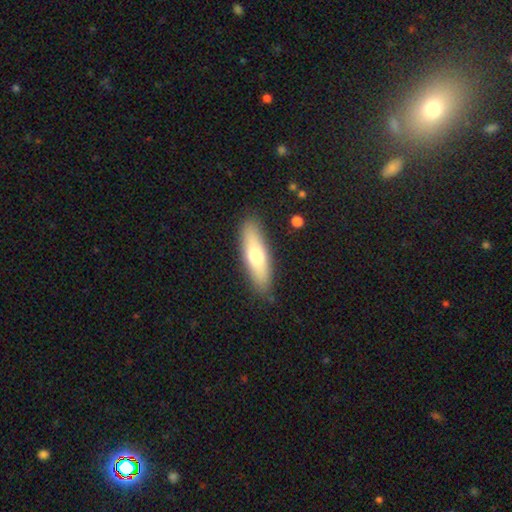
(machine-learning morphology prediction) The model was most divided on "how rounded": cigar-shaped: 52%, in between: 46%, round: 2%. More confident: merging — none (87%); smooth or featured — smooth (64%).